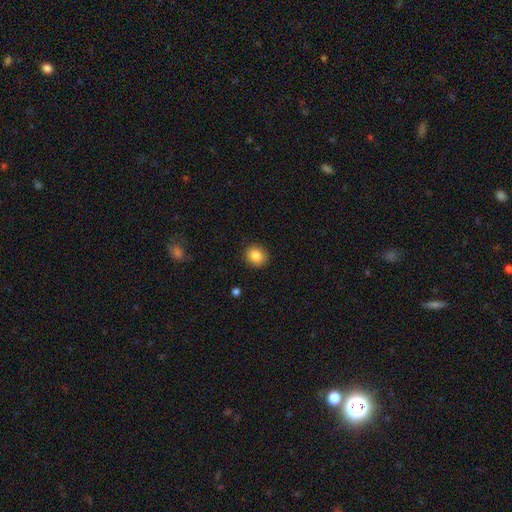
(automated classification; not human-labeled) Smooth or featured: smooth — 85% (star or artifact — 9%)
How rounded: round — 75% (in between — 24%)
Merging: none — 91% (minor disturbance — 6%)